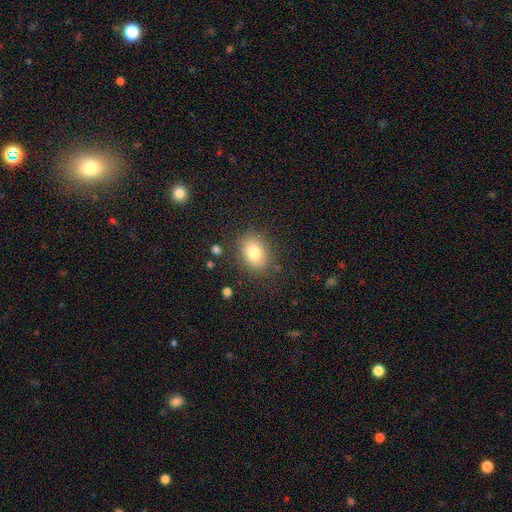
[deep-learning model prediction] This is likely a smooth galaxy (79%). How rounded: likely in between (65%). Merging: clearly none (86%).